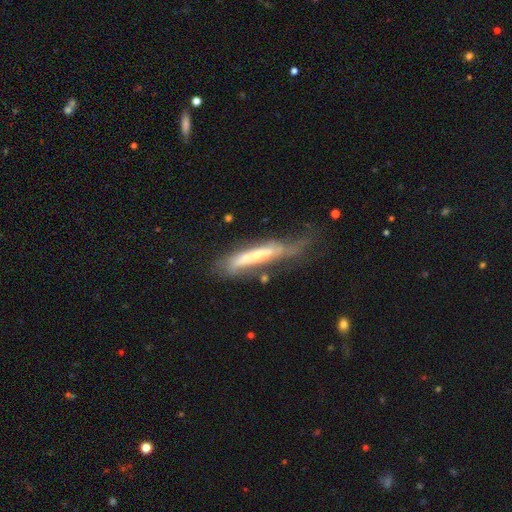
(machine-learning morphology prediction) Smooth or featured? featured or disk (62%)
Edge-on disk? yes (57%)
Merging? none (34%)